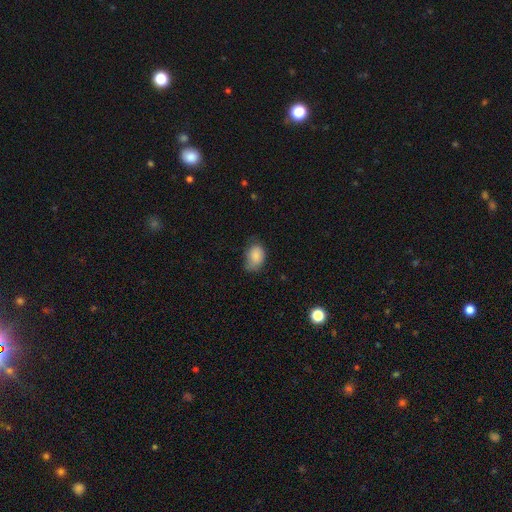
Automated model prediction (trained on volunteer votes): Smooth or featured?
  - smooth: 85% *
  - star or artifact: 8%
  - featured or disk: 7%
How rounded?
  - in between: 80% *
  - round: 19%
  - cigar-shaped: 1%
Merging?
  - none: 56% *
  - minor disturbance: 34%
  - major disturbance: 9%
  - merger: 1%